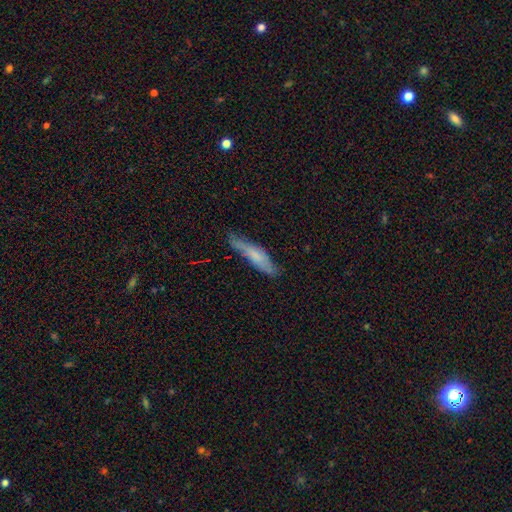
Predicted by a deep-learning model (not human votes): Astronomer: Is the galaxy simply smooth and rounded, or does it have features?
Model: smooth — 59% (runner-up: featured or disk, 34%).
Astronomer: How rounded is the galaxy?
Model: cigar-shaped — 79%.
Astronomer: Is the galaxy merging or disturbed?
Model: none — 65%.